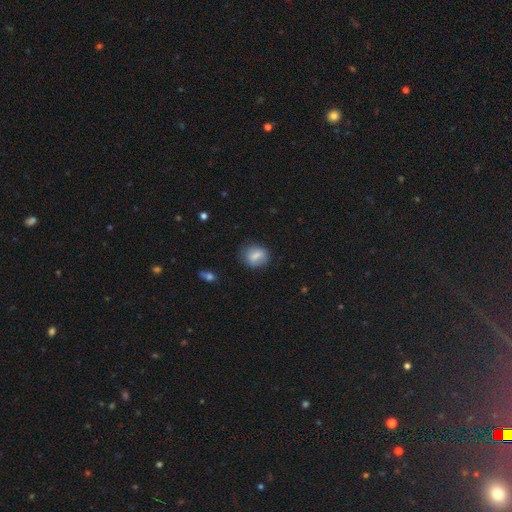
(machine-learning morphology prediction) type=smooth (74%); roundness=round (60%); merging=none (76%).